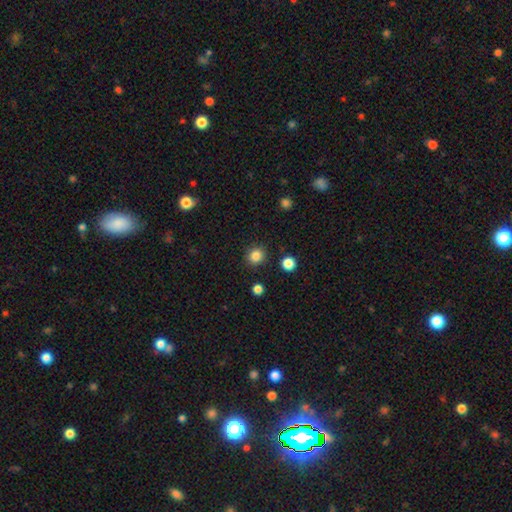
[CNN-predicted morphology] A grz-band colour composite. It shows a smooth galaxy with no disk features (84%) that is round (89%). Merging: none (90%).